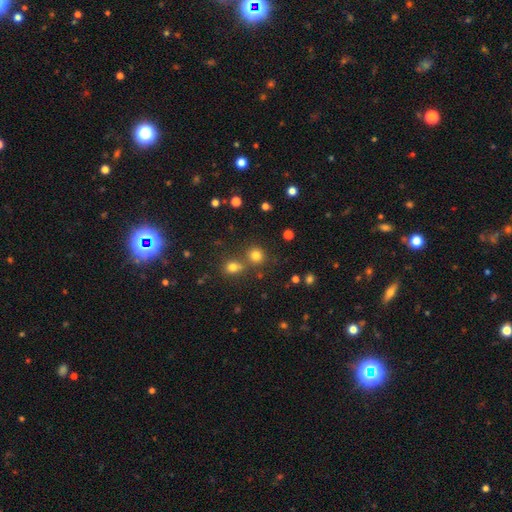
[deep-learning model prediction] smooth_or_featured: smooth (p=0.78) [alt: star or artifact p=0.16]
how_rounded: round (p=0.86) [alt: in between p=0.13]
merging: none (p=0.64) [alt: merger p=0.25]